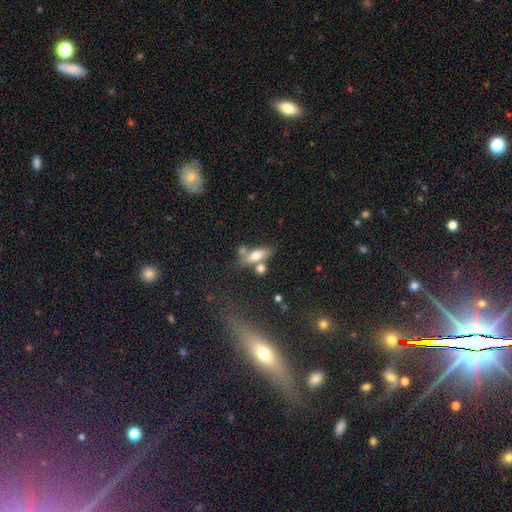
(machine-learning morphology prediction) A smooth galaxy with no disk features (66%) that is in between round and cigar-shaped (68%).

Vote fractions:
- Smooth or featured? smooth: 66% / featured or disk: 25% / star or artifact: 9%
- How rounded? in between: 68% / cigar-shaped: 27% / round: 5%
- Merging? none: 49% / merger: 30% / minor disturbance: 15% / major disturbance: 7%